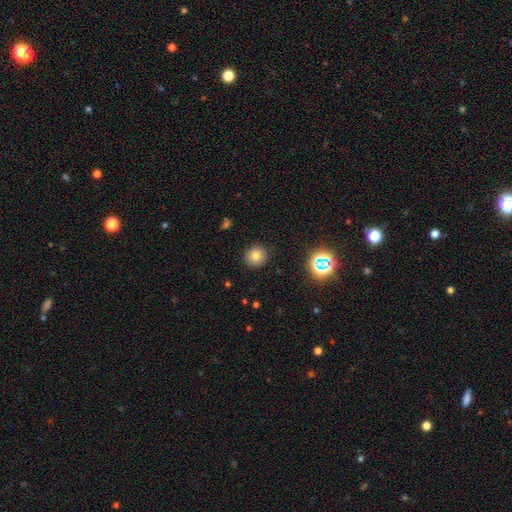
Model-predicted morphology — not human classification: A smooth galaxy with no disk features (76%) that is round (92%). Merging: none (90%).